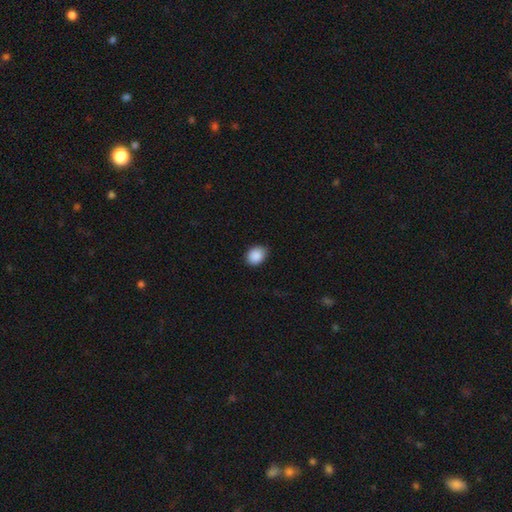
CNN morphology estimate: Smooth or featured: smooth — 90% (star or artifact — 8%)
How rounded: in between — 52% (round — 47%)
Merging: none — 84% (minor disturbance — 13%)